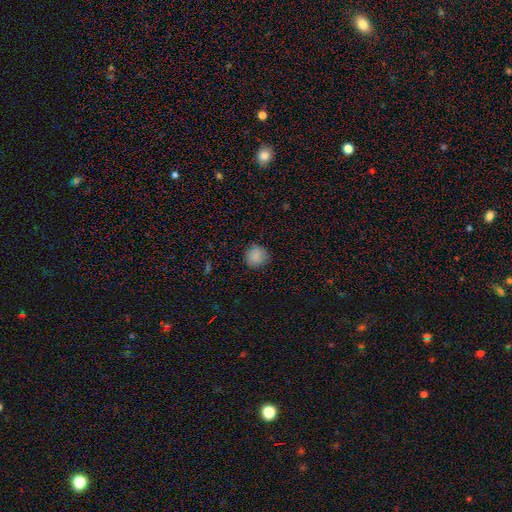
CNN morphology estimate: A smooth galaxy with no disk features (86%) that is round (91%).

Vote fractions:
- Smooth or featured? smooth: 86% / star or artifact: 10% / featured or disk: 4%
- How rounded? round: 91% / in between: 8% / cigar-shaped: 1%
- Merging? none: 85% / minor disturbance: 12% / major disturbance: 3% / merger: 1%